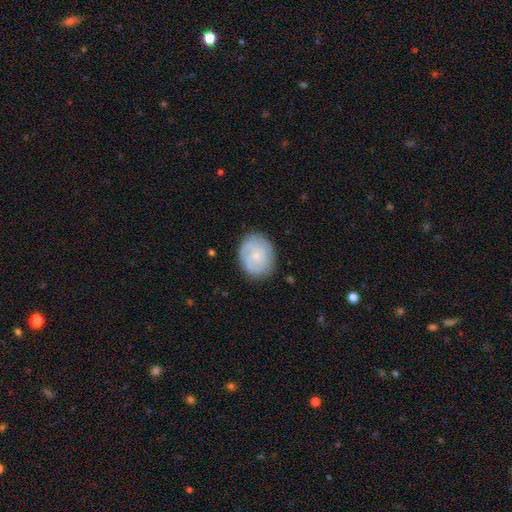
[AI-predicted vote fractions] smooth_or_featured: smooth (p=0.54) [alt: featured or disk p=0.40]
how_rounded: round (p=0.52) [alt: in between p=0.47]
merging: none (p=0.77) [alt: minor disturbance p=0.17]